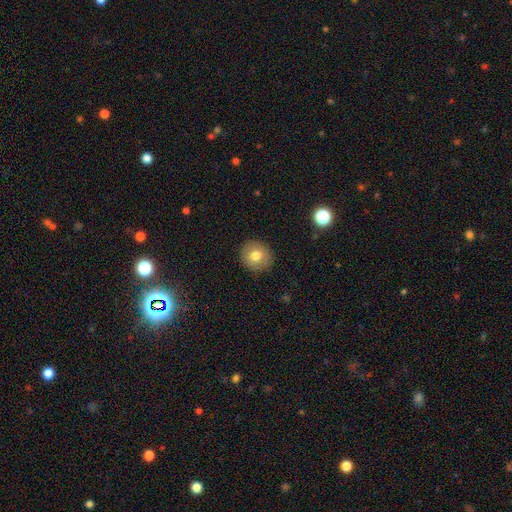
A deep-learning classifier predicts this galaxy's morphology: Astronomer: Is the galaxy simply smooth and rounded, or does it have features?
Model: smooth — 76%.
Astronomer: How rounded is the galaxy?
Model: round — 89%.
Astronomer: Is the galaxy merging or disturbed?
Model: none — 90%.